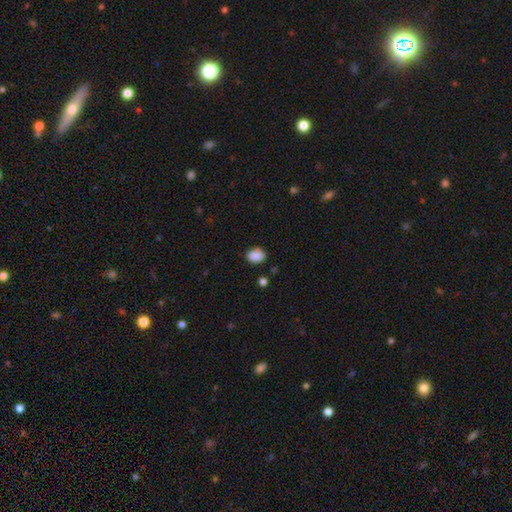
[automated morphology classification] smooth-or-featured: smooth: 88% | star or artifact: 9% | featured or disk: 3%
  how-rounded: in between: 60% | round: 39% | cigar-shaped: 1%
  merging: none: 79% | minor disturbance: 15% | major disturbance: 3% | merger: 2%